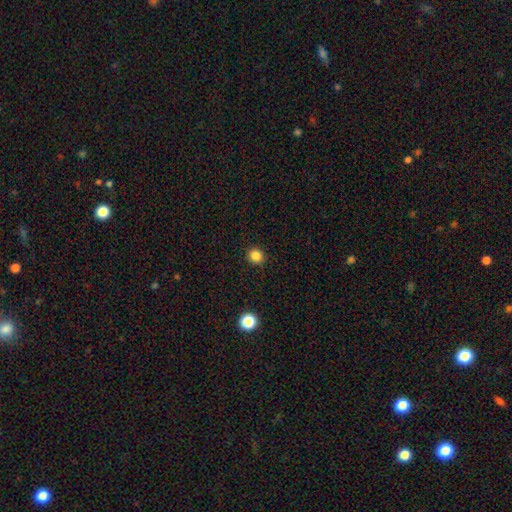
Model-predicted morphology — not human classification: A smooth galaxy with no disk features (84%) that is round (92%).

Vote fractions:
- Smooth or featured? smooth: 84% / star or artifact: 12% / featured or disk: 4%
- How rounded? round: 92% / in between: 7% / cigar-shaped: 1%
- Merging? none: 92% / minor disturbance: 5% / major disturbance: 2% / merger: 1%